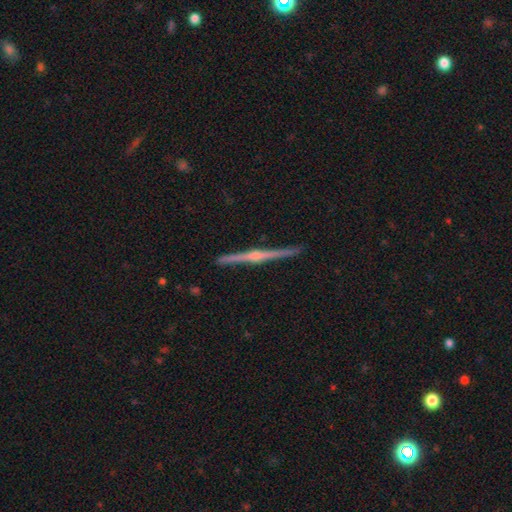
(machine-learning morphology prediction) featured or disk 83%, smooth 11%, star or artifact 6%. Down the decision tree: edge-on disk — yes (98%); edge-on bulge — rounded (79%); merging — none (91%).